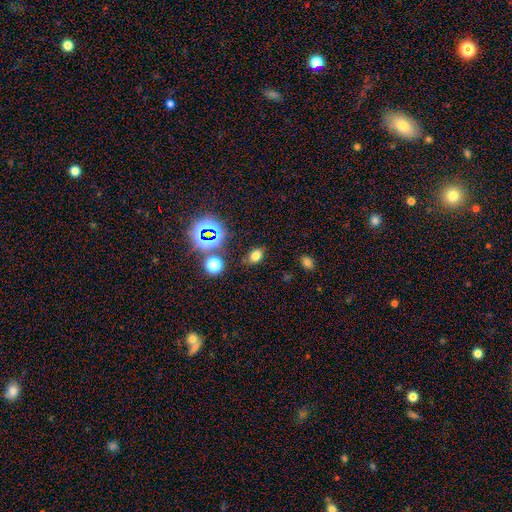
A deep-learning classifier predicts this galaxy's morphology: Smooth or featured: smooth — 69% (star or artifact — 23%)
How rounded: in between — 75% (round — 24%)
Merging: none — 79% (minor disturbance — 13%)